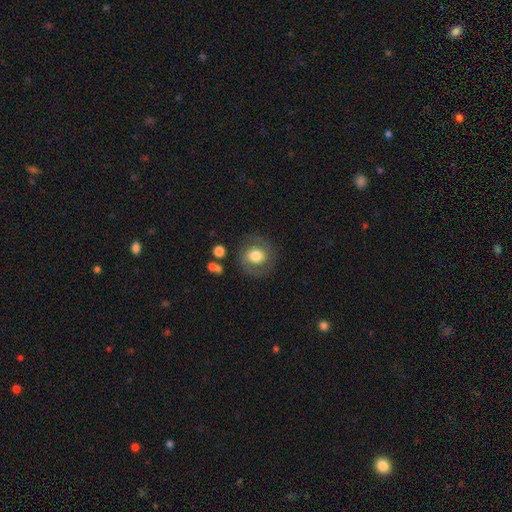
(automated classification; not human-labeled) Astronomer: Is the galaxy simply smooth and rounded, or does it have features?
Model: smooth — 54% (runner-up: featured or disk, 38%).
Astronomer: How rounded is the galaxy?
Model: round — 86%.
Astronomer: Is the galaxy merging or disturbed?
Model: none — 79%.